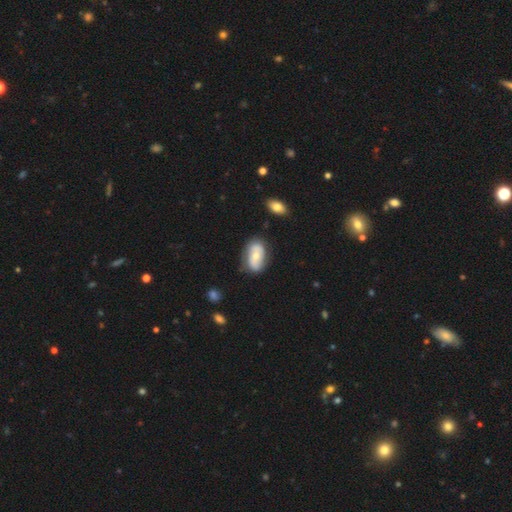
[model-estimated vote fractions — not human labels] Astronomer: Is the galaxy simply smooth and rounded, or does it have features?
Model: featured or disk — 48% (runner-up: smooth, 46%).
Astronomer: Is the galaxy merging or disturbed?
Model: none — 68%.